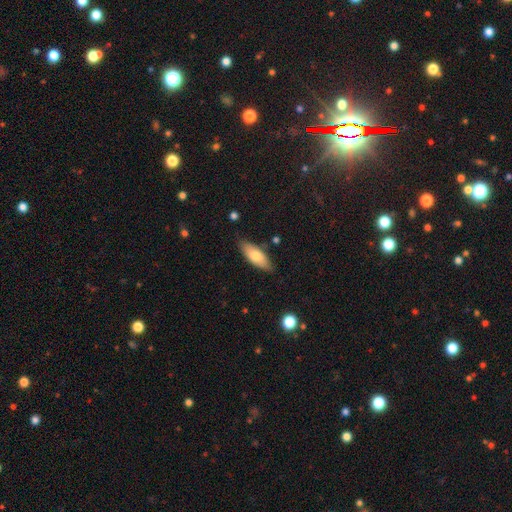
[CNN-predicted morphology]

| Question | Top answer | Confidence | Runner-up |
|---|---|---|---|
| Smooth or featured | smooth | 72% | featured or disk (22%) |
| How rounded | in between | 74% | cigar-shaped (24%) |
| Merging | none | 82% | minor disturbance (13%) |